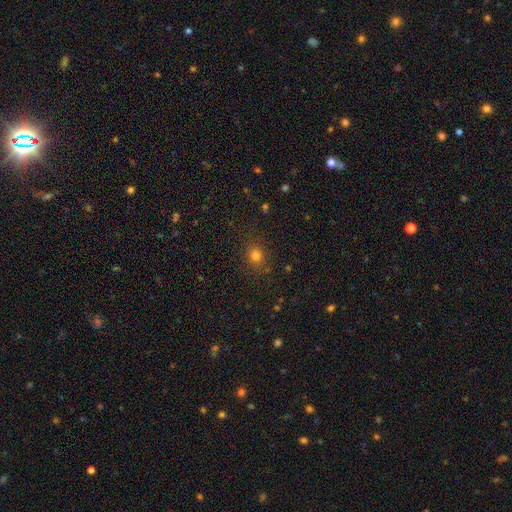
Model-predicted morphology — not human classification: The model was most divided on "how rounded": round: 74%, in between: 25%, cigar-shaped: 1%. More confident: merging — none (85%); smooth or featured — smooth (77%).